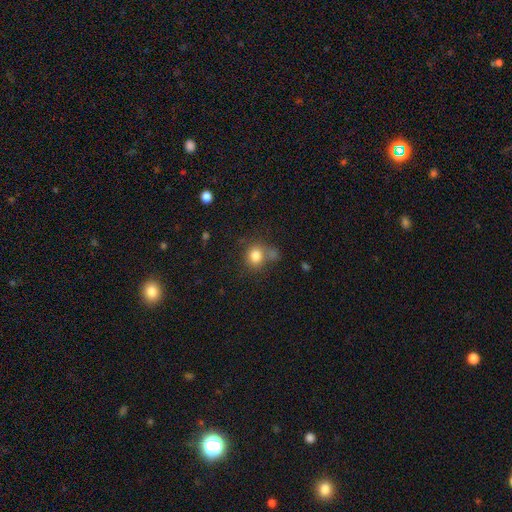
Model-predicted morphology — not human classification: A smooth galaxy with no disk features (81%) that is round (79%). Merging: none (60%).